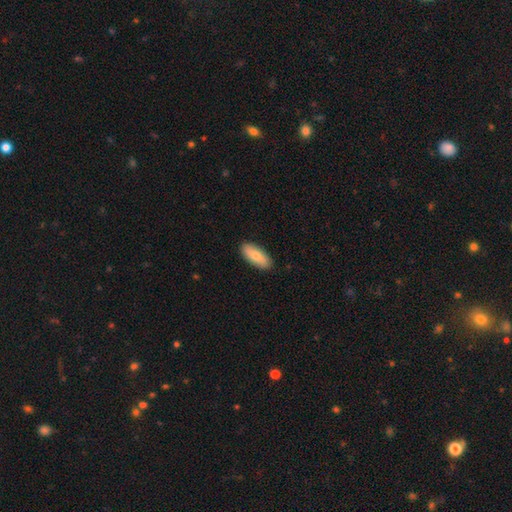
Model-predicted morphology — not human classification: This appears to be a smooth galaxy with no disk features (78%) that is in between round and cigar-shaped (84%). Merging: none (89%).